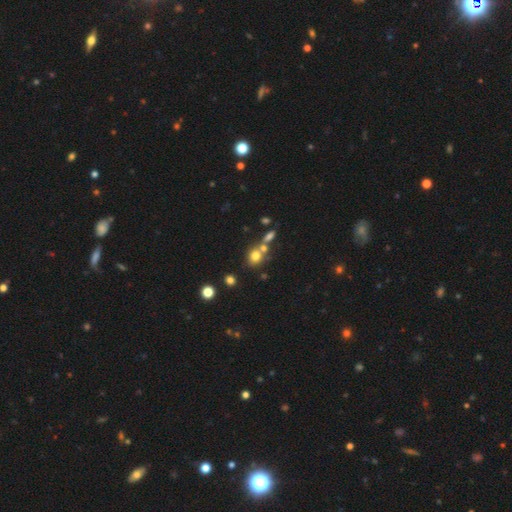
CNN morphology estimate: Q: Smooth or featured?
A: smooth (75%); runner-up: star or artifact (14%)
Q: How rounded?
A: round (73%); runner-up: in between (25%)
Q: Merging?
A: none (52%); runner-up: merger (33%)